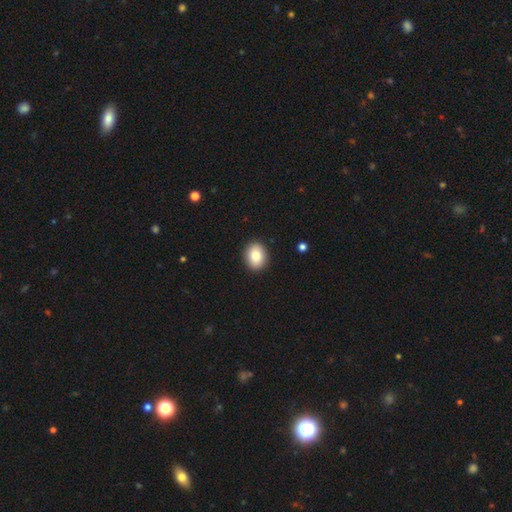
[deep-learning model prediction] This is clearly a smooth galaxy (84%). How rounded: possibly in between (53%). Merging: clearly none (91%).